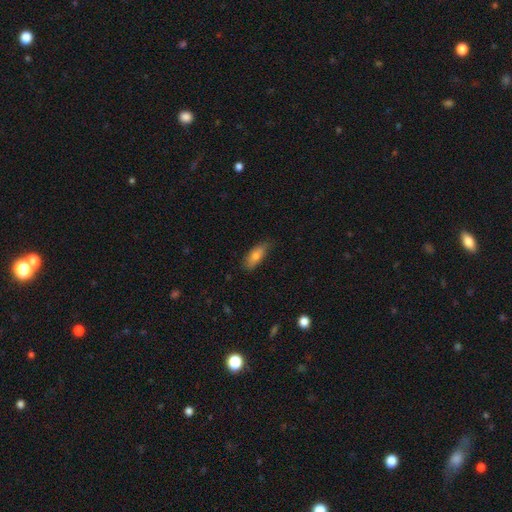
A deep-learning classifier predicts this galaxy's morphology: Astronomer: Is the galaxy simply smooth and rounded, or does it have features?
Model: smooth — 76%.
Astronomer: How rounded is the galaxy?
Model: in between — 72%.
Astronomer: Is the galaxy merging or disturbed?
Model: none — 73%.